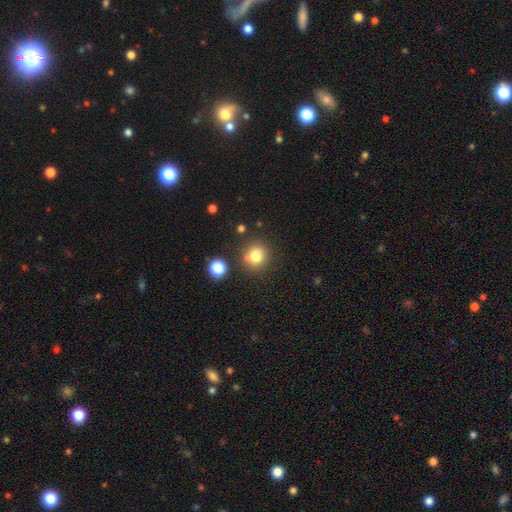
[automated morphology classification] A smooth galaxy with no disk features (78%) that is round (90%). Merging: none (75%).